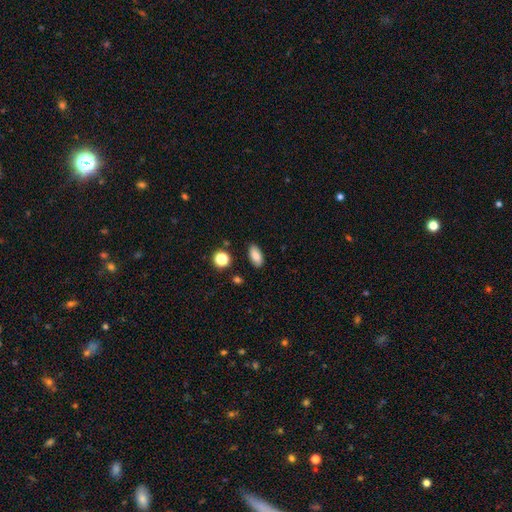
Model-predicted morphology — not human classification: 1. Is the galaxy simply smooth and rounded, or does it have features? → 84% smooth, 9% star or artifact, 7% featured or disk.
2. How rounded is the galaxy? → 88% in between, 7% cigar-shaped, 5% round.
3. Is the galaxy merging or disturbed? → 87% none, 9% minor disturbance, 2% major disturbance, 2% merger.